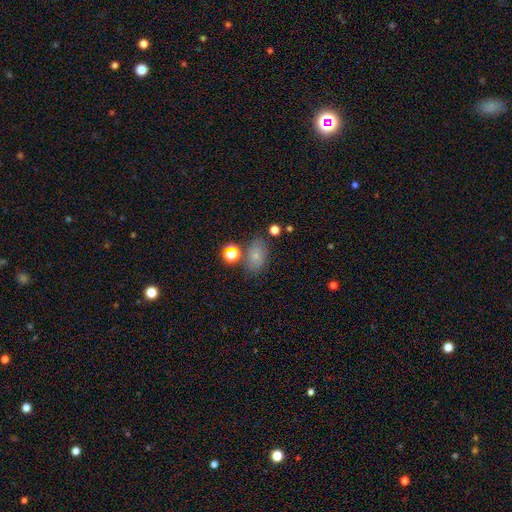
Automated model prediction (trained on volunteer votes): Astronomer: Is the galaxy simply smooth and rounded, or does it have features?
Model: smooth — 72%.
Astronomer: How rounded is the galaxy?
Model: in between — 82%.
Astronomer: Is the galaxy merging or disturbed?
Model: none — 68%.